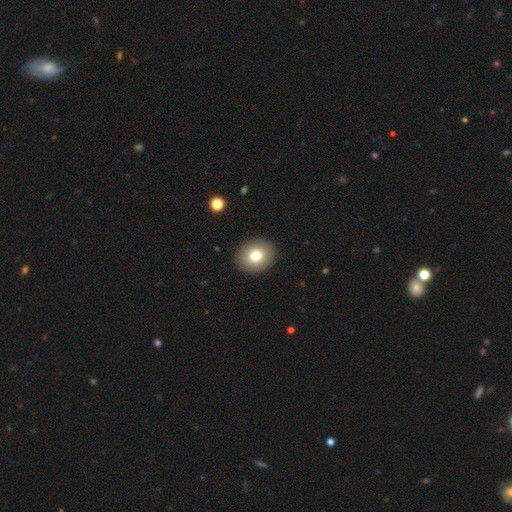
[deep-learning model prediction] Smooth or featured?
  - smooth: 77% *
  - featured or disk: 13%
  - star or artifact: 10%
How rounded?
  - round: 70% *
  - in between: 29%
  - cigar-shaped: 1%
Merging?
  - none: 91% *
  - minor disturbance: 6%
  - major disturbance: 2%
  - merger: 1%